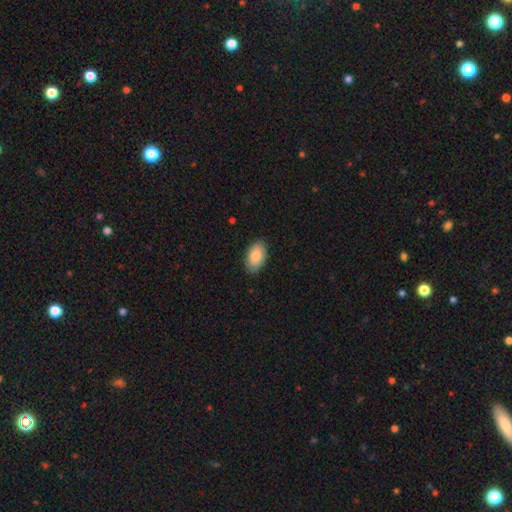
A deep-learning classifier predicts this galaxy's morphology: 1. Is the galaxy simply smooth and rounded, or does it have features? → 84% smooth, 9% featured or disk, 6% star or artifact.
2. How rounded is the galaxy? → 94% in between, 5% round, 1% cigar-shaped.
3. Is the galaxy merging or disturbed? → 86% none, 11% minor disturbance, 2% major disturbance, 1% merger.